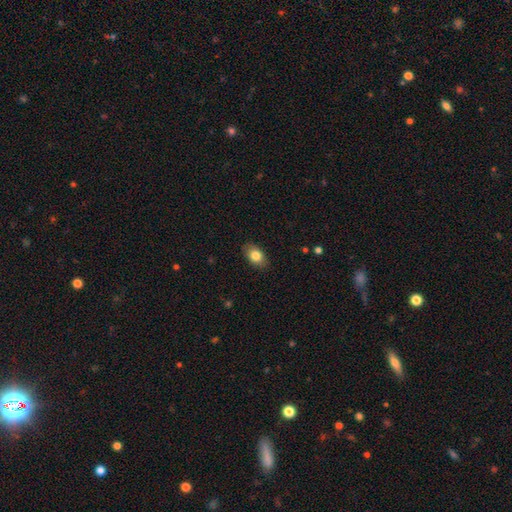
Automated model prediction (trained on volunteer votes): Smooth or featured? smooth (82%)
How rounded? in between (86%)
Merging? none (87%)